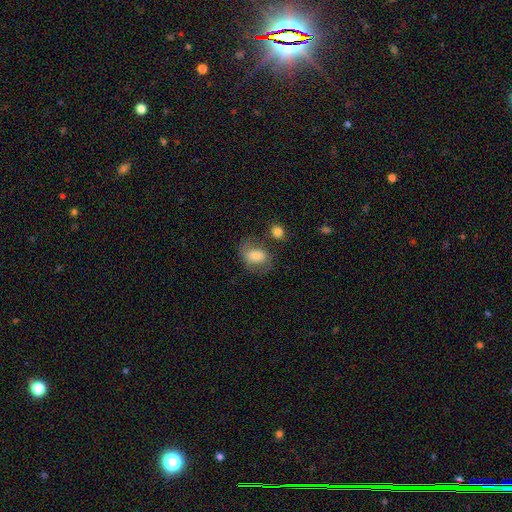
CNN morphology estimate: Q: Smooth or featured?
A: smooth (69%); runner-up: featured or disk (23%)
Q: How rounded?
A: in between (69%); runner-up: round (30%)
Q: Merging?
A: none (55%); runner-up: minor disturbance (21%)